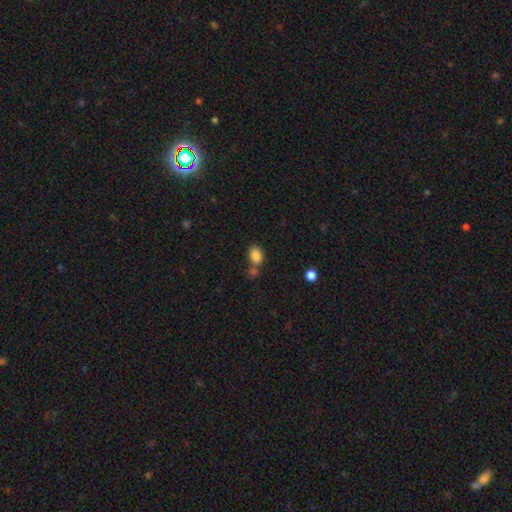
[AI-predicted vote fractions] smooth 85%, star or artifact 10%, featured or disk 5%. Down the decision tree: how rounded — in between (74%); merging — none (52%).